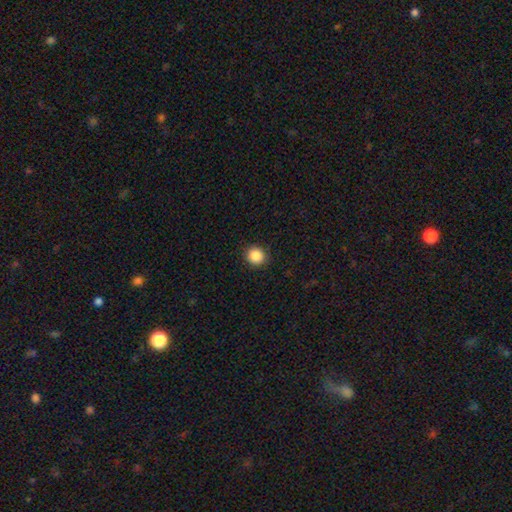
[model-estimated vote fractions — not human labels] A smooth galaxy with no disk features (87%) that is round (89%).

Vote fractions:
- Smooth or featured? smooth: 87% / star or artifact: 9% / featured or disk: 3%
- How rounded? round: 89% / in between: 10% / cigar-shaped: 1%
- Merging? none: 91% / minor disturbance: 6% / major disturbance: 2% / merger: 1%